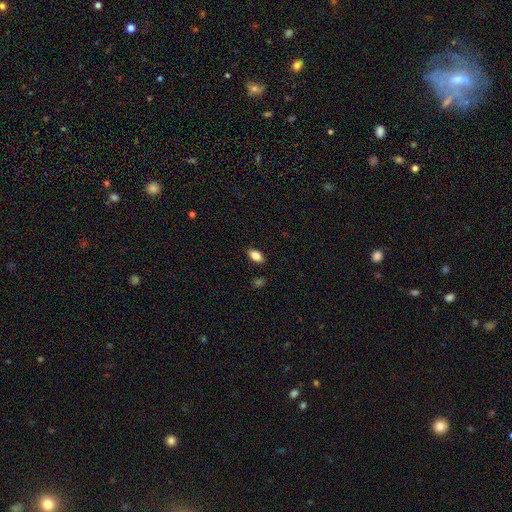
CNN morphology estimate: Smooth or featured? smooth (83%)
How rounded? in between (91%)
Merging? none (87%)